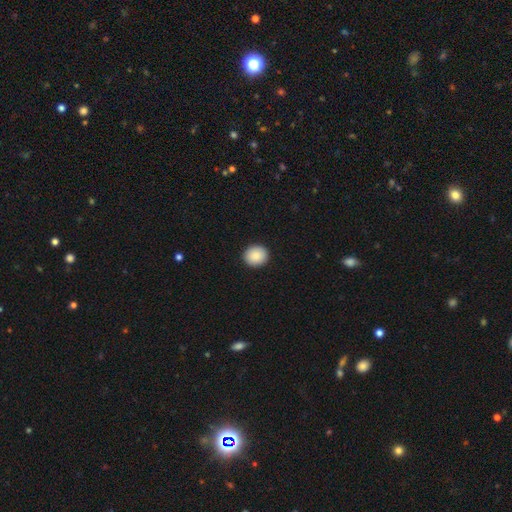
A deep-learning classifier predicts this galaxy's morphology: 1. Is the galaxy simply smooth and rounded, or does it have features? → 89% smooth, 7% star or artifact, 4% featured or disk.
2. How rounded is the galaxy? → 74% round, 25% in between, 1% cigar-shaped.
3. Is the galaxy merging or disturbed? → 92% none, 5% minor disturbance, 2% major disturbance, 1% merger.